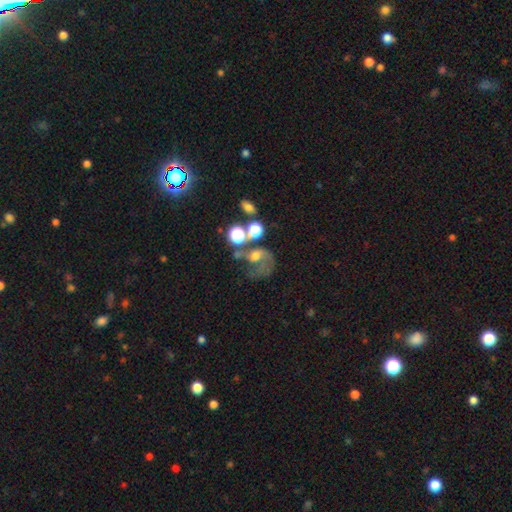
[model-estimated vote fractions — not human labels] A featured or disk galaxy (42%).

Vote fractions:
- Smooth or featured? featured or disk: 42% / smooth: 39% / star or artifact: 18%
- Merging? major disturbance: 36% / merger: 27% / none: 24% / minor disturbance: 14%